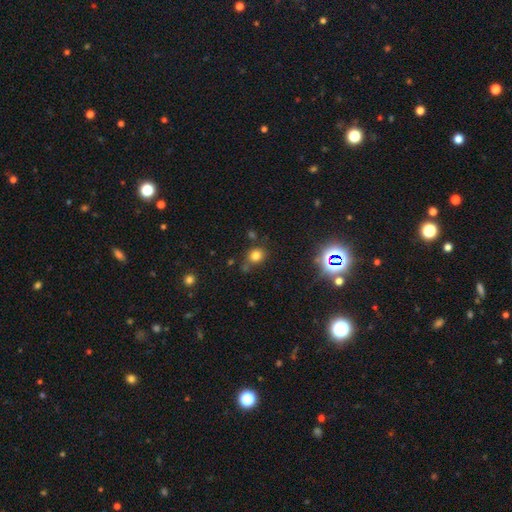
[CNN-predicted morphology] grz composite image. It shows a smooth galaxy with no disk features (76%) that is round (76%). Merging: none (72%).